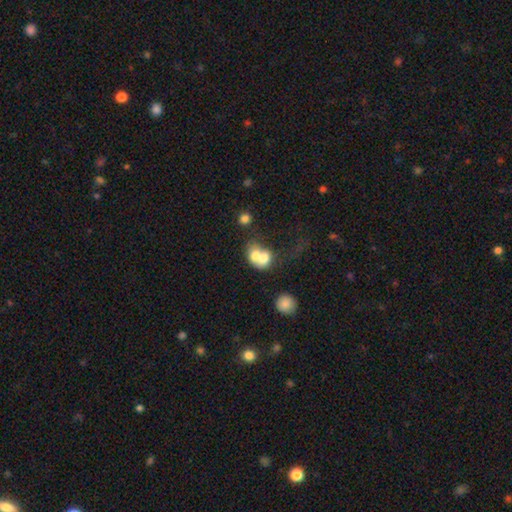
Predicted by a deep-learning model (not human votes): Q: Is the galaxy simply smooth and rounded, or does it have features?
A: smooth — 65%.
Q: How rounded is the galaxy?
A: in between — 50%.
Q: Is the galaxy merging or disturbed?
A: merger — 71%.